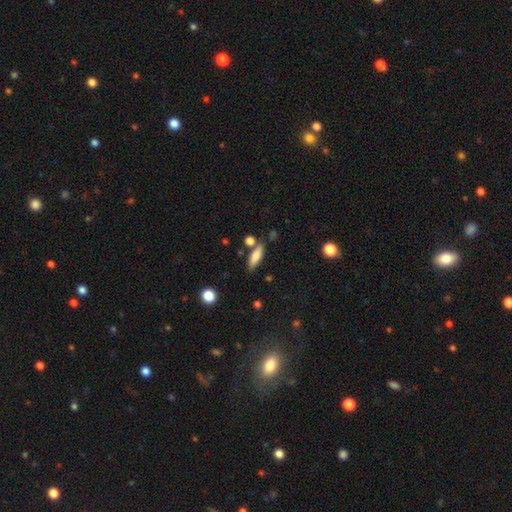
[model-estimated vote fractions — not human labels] Overall: smooth (77%). How rounded: cigar-shaped (51%; in between 47%). Merging: none (72%).